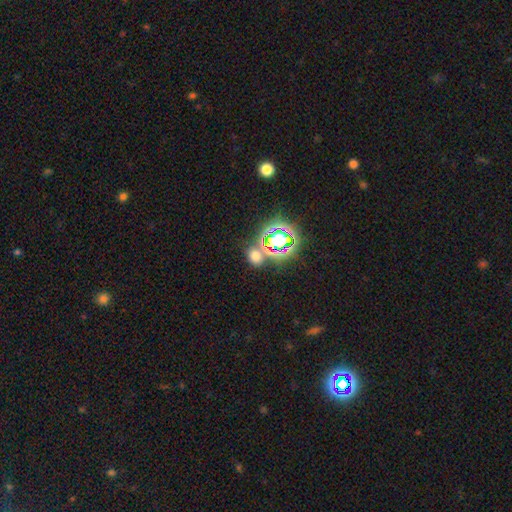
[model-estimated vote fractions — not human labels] Overall: smooth (57%; star or artifact 36%). How rounded: round (55%; in between 44%). Merging: none (70%).